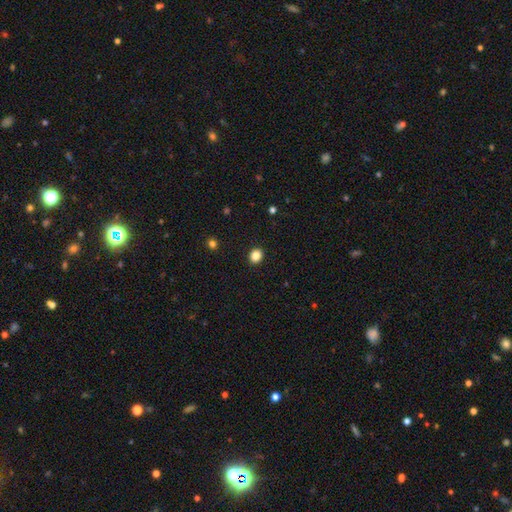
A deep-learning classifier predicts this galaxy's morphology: Smooth or featured: smooth — 86% (star or artifact — 11%)
How rounded: round — 57% (in between — 43%)
Merging: none — 91% (minor disturbance — 6%)